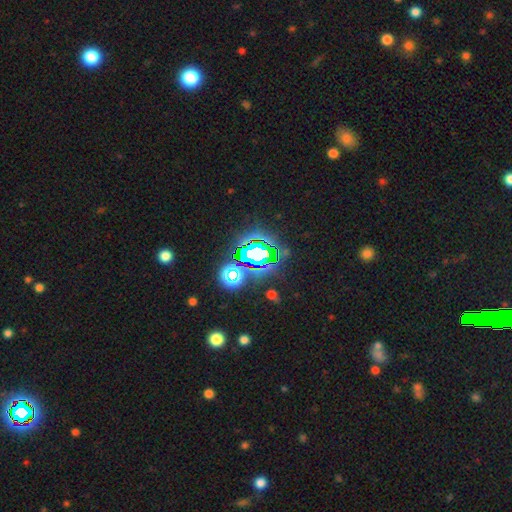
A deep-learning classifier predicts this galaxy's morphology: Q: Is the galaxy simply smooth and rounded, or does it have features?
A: star or artifact — 75%.